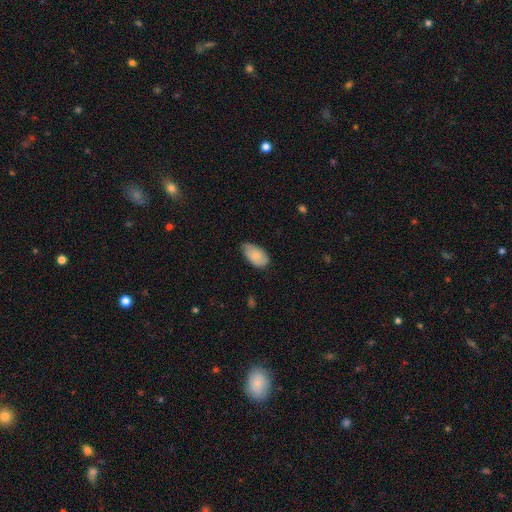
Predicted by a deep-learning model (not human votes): This appears to be a smooth galaxy with no disk features (81%) that is in between round and cigar-shaped (95%). Merging: none (66%).